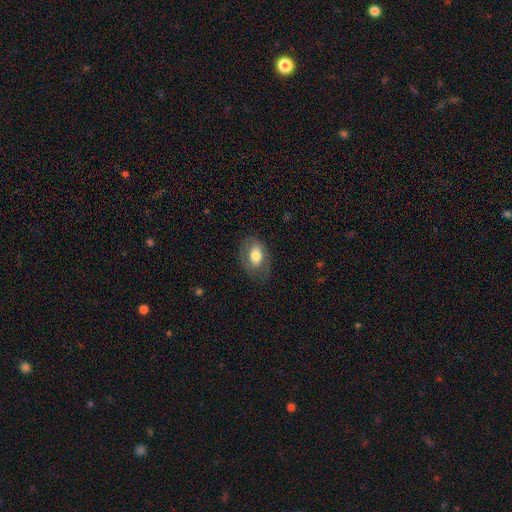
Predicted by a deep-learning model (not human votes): The model was most divided on "smooth or featured": smooth: 62%, featured or disk: 31%, star or artifact: 7%. More confident: how rounded — in between (82%); merging — none (67%).